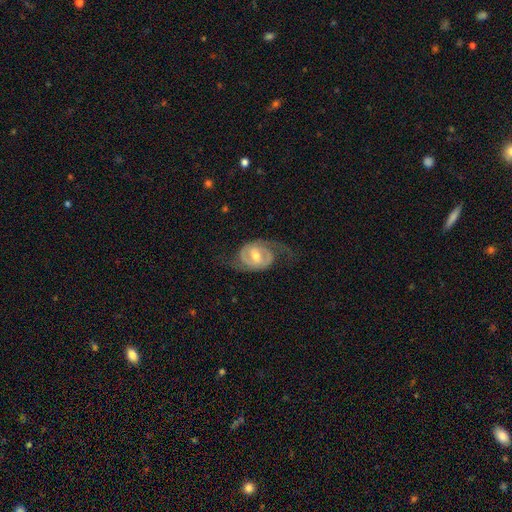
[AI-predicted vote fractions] Morphology: type=featured or disk (83%); edge-on=no (96%); bar=weak (50%); spiral arms=yes (92%); winding=medium (44%); arm count=2 (87%); bulge=moderate (69%); merging=none (66%).